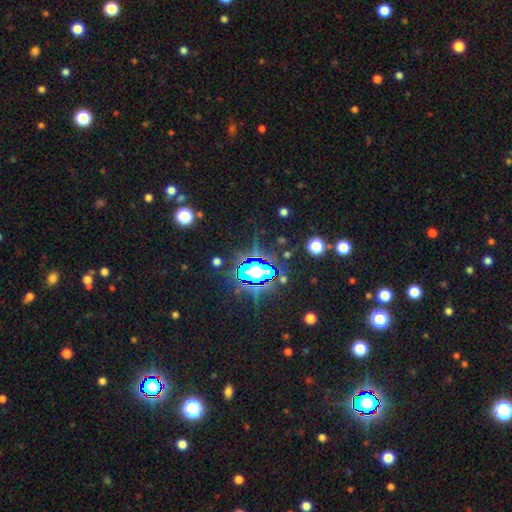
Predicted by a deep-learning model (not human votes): Smooth or featured: star or artifact — 67% (smooth — 20%)